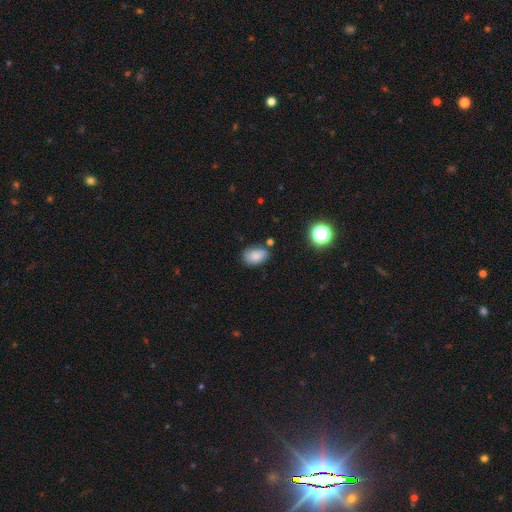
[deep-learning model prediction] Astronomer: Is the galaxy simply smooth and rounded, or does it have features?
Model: smooth — 81%.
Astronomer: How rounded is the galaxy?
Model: in between — 87%.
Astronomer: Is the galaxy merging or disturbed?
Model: none — 69%.